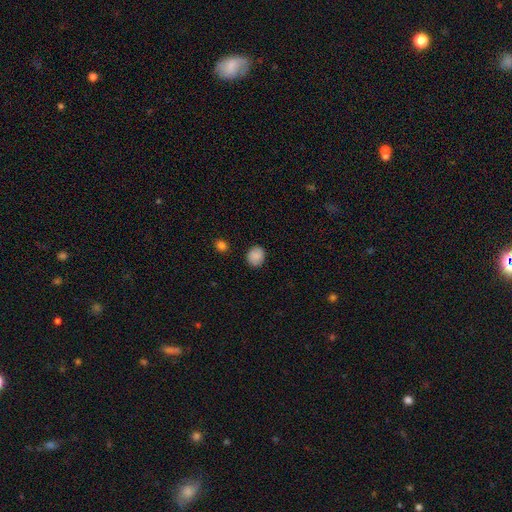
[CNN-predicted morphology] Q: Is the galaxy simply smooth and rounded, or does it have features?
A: smooth — 88%.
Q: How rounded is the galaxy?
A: round — 73%.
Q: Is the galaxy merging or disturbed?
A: none — 88%.